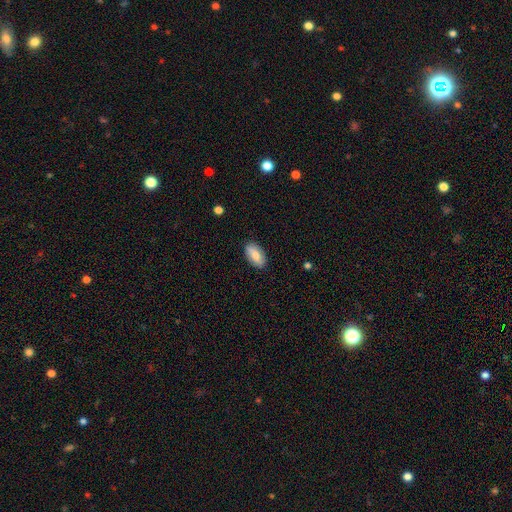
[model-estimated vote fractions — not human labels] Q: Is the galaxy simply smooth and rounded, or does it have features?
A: smooth — 64%.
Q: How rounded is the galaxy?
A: in between — 92%.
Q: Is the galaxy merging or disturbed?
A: none — 86%.